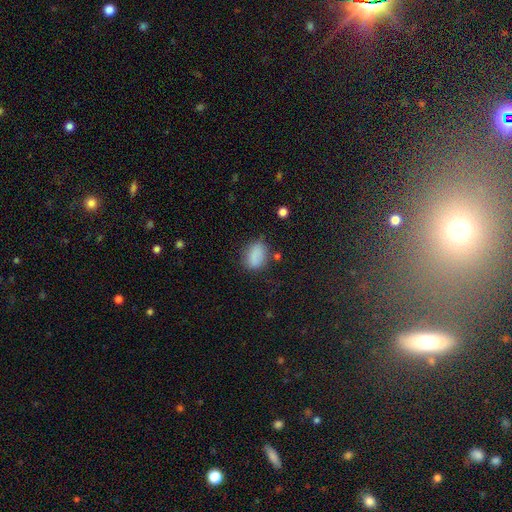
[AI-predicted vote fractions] Smooth or featured? smooth (84%)
How rounded? in between (76%)
Merging? none (70%)